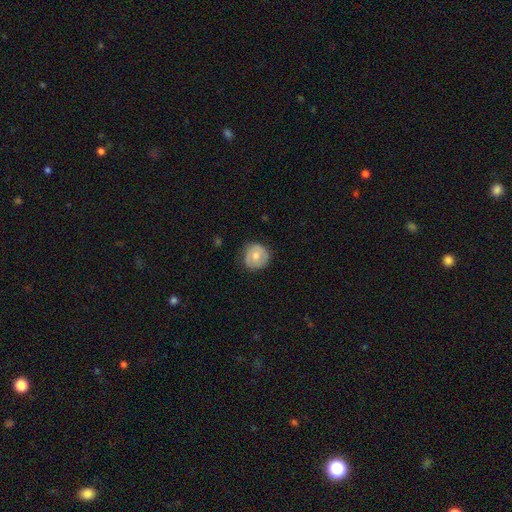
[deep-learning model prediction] smooth_or_featured: smooth (p=0.68) [alt: featured or disk p=0.25]
how_rounded: round (p=0.92) [alt: in between p=0.07]
merging: none (p=0.78) [alt: minor disturbance p=0.18]